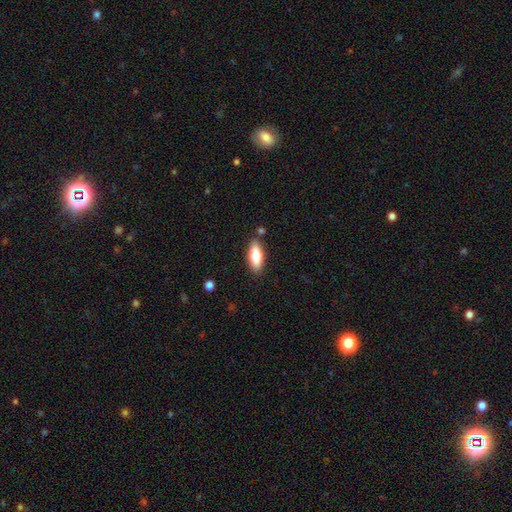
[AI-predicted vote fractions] smooth 75%, featured or disk 19%, star or artifact 6%. Down the decision tree: how rounded — in between (72%); merging — none (84%).